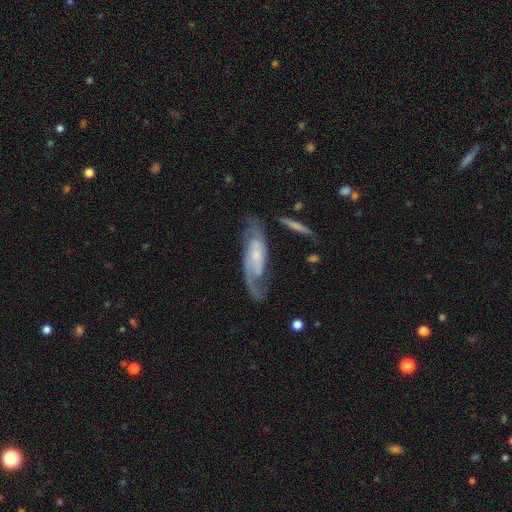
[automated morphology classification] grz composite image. It shows a featured or disk galaxy (83%) with no bar (55%), 2 (76%) medium (45%) spiral arms (96%) and a small central bulge (67%). Merging: none (67%).